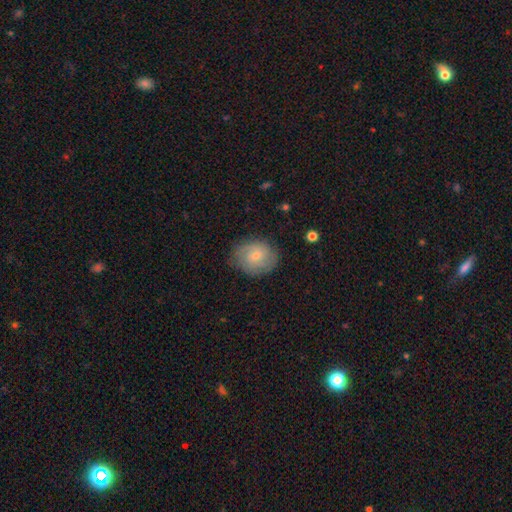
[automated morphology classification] Smooth or featured: featured or disk — 52% (smooth — 40%)
Edge-on disk: no — 97% (yes — 3%)
Bar: no — 70% (weak — 27%)
Spiral arms: yes — 84% (no — 16%)
Bulge size: small — 68% (moderate — 28%)
Merging: none — 77% (minor disturbance — 17%)